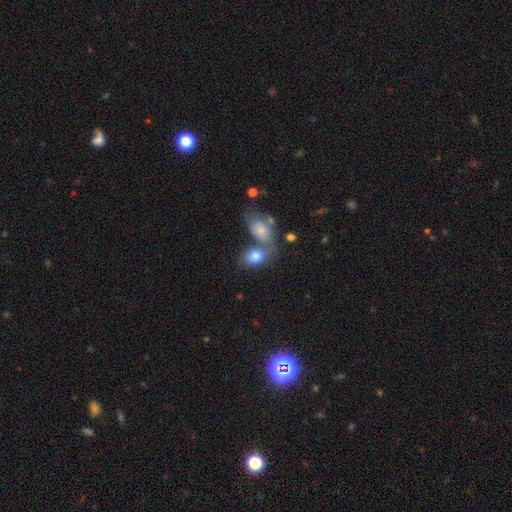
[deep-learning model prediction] Q: Smooth or featured?
A: smooth (77%); runner-up: featured or disk (15%)
Q: How rounded?
A: in between (79%); runner-up: round (19%)
Q: Merging?
A: merger (51%); runner-up: none (30%)